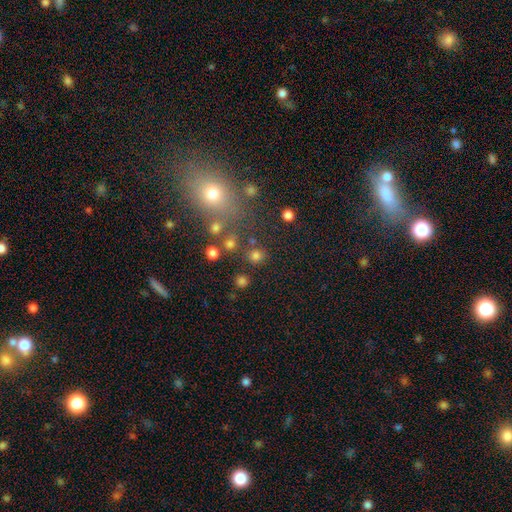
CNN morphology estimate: This appears to be a smooth galaxy with no disk features (75%) that is round (87%). Merging: none (81%).